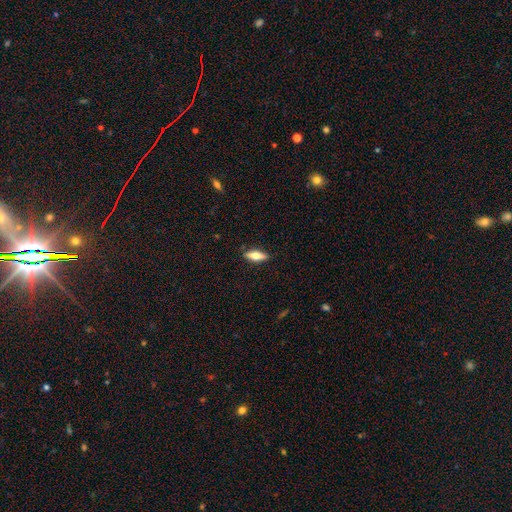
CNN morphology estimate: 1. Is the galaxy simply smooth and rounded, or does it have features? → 60% smooth, 34% featured or disk, 7% star or artifact.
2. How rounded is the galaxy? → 53% in between, 44% cigar-shaped, 3% round.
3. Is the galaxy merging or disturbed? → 87% none, 10% minor disturbance, 2% major disturbance, 1% merger.